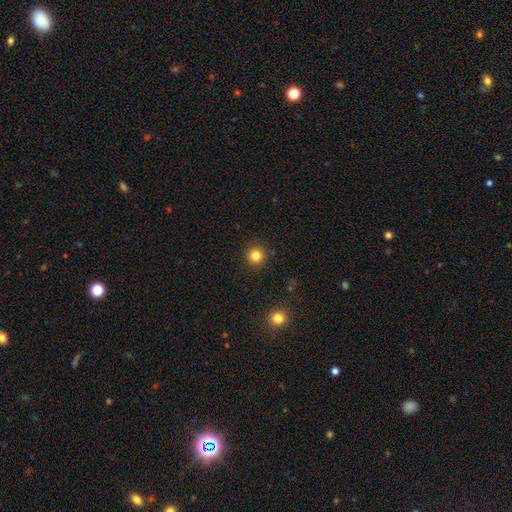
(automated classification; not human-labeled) Smooth or featured? Predicted: smooth (p=0.82). How rounded? Predicted: round (p=0.95). Merging? Predicted: none (p=0.92).